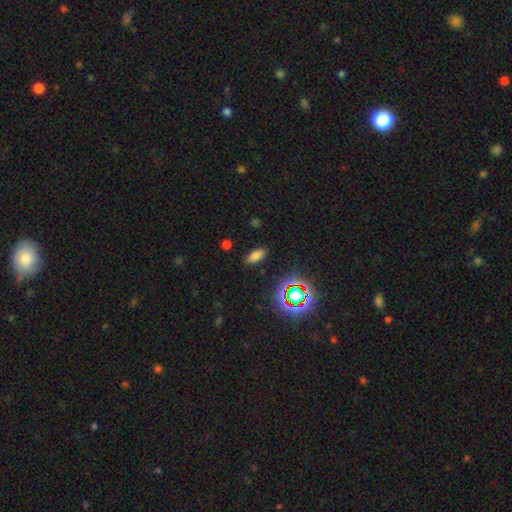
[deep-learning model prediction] This is likely a smooth galaxy (72%). How rounded: clearly in between (83%). Merging: clearly none (86%).